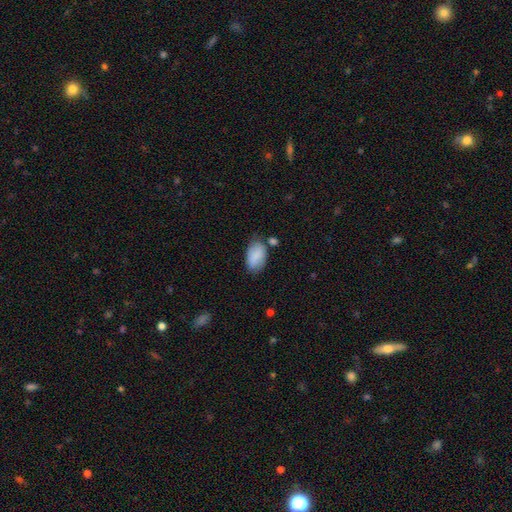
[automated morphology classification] smooth_or_featured: smooth (p=0.83) [alt: featured or disk p=0.11]
how_rounded: in between (p=0.94) [alt: round p=0.05]
merging: none (p=0.64) [alt: minor disturbance p=0.24]